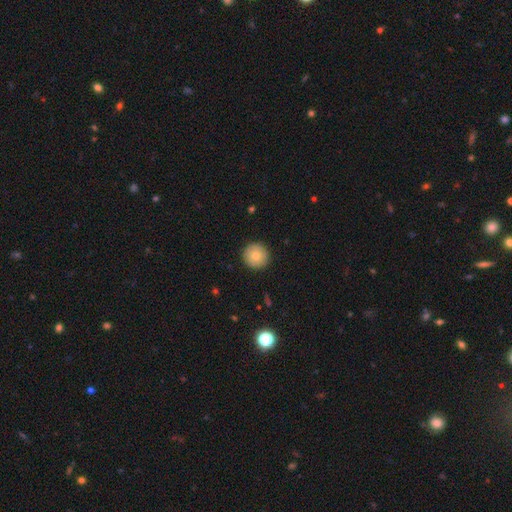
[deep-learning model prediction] smooth 77%, featured or disk 14%, star or artifact 9%. Down the decision tree: how rounded — round (96%); merging — none (92%).